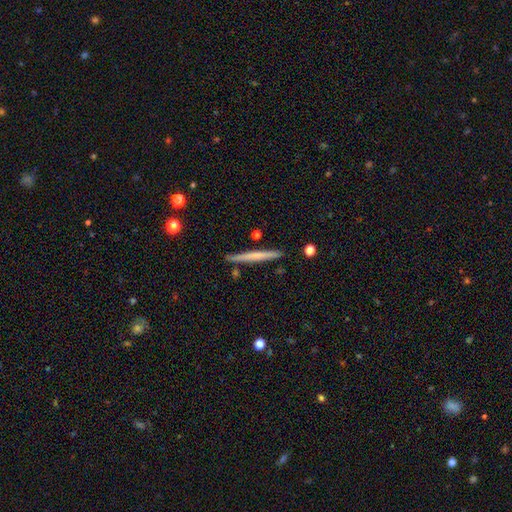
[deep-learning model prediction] Smooth or featured: smooth — 51% (featured or disk — 44%)
How rounded: cigar-shaped — 97% (in between — 2%)
Merging: none — 88% (minor disturbance — 8%)